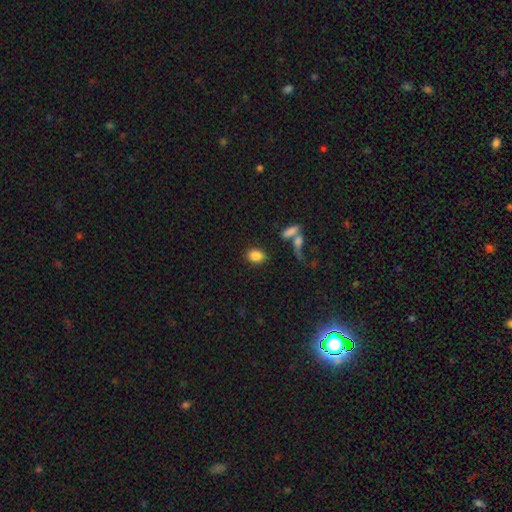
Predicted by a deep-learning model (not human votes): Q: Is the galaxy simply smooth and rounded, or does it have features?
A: smooth — 85%.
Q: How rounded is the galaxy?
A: in between — 66%.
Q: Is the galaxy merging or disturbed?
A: none — 80%.